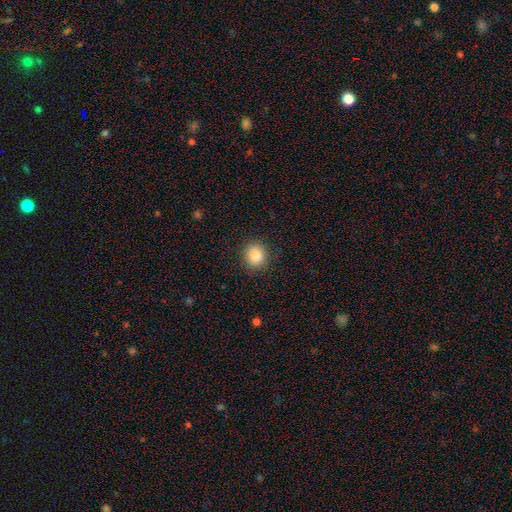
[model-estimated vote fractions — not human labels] Overall: smooth (85%). How rounded: round (83%). Merging: none (89%).